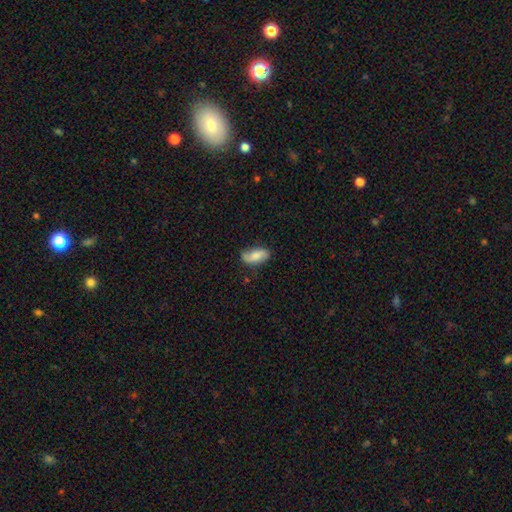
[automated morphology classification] A smooth galaxy with no disk features (67%) that is in between round and cigar-shaped (89%).

Vote fractions:
- Smooth or featured? smooth: 67% / featured or disk: 26% / star or artifact: 7%
- How rounded? in between: 89% / cigar-shaped: 8% / round: 3%
- Merging? none: 69% / minor disturbance: 24% / major disturbance: 5% / merger: 2%